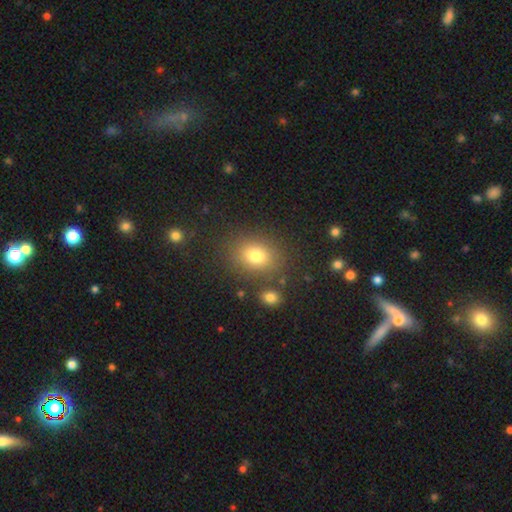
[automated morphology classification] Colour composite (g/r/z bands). It shows a smooth galaxy with no disk features (78%) that is in between round and cigar-shaped (53%). Merging: none (81%).